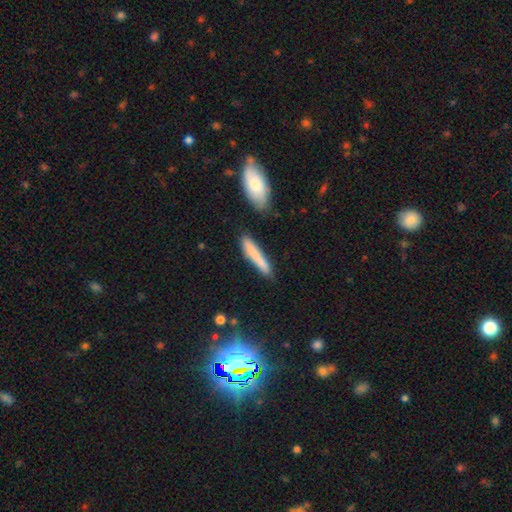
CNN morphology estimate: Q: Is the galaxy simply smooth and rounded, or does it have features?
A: smooth — 76%.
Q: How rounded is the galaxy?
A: cigar-shaped — 90%.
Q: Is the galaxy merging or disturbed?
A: none — 78%.